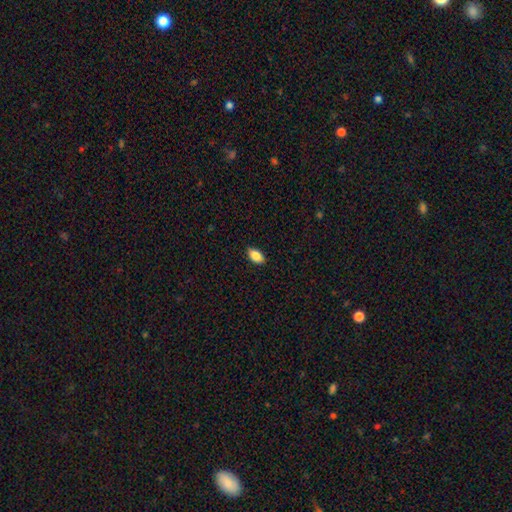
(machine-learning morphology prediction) Smooth or featured?
  - smooth: 84% *
  - featured or disk: 8%
  - star or artifact: 8%
How rounded?
  - in between: 91% *
  - round: 6%
  - cigar-shaped: 4%
Merging?
  - none: 85% *
  - minor disturbance: 12%
  - major disturbance: 2%
  - merger: 1%